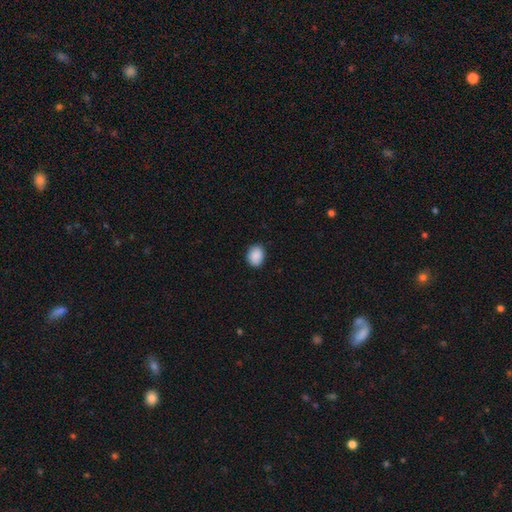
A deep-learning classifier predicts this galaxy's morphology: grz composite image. It shows a smooth galaxy with no disk features (90%) that is in between round and cigar-shaped (52%). Merging: none (87%).